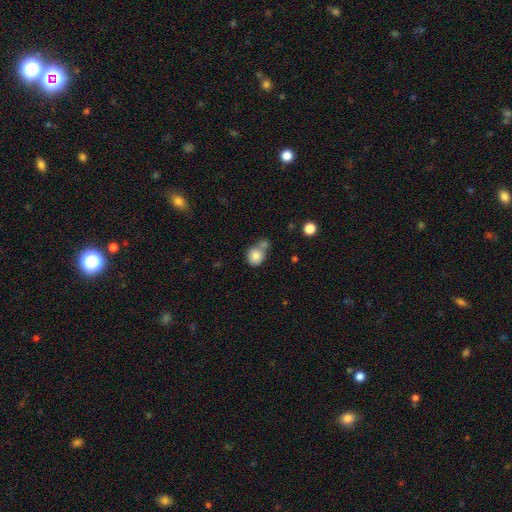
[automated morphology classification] Smooth or featured? smooth (81%)
How rounded? round (78%)
Merging? none (46%)